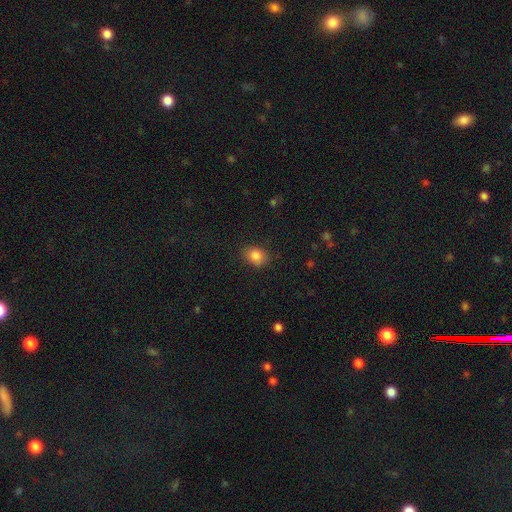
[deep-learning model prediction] This is clearly a smooth galaxy (85%). How rounded: possibly in between (58%). Merging: clearly none (83%).